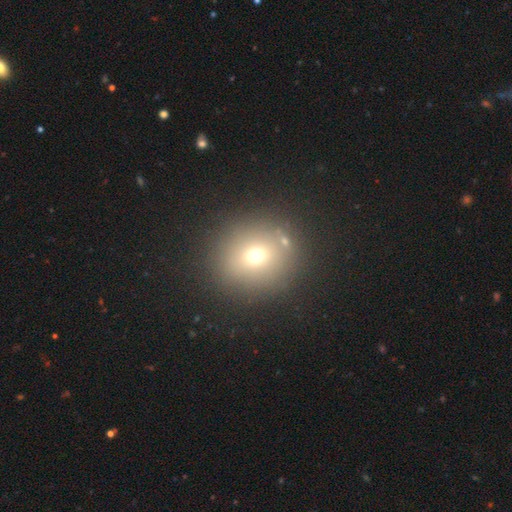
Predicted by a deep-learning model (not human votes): Smooth or featured? smooth (63%)
How rounded? round (80%)
Merging? none (83%)